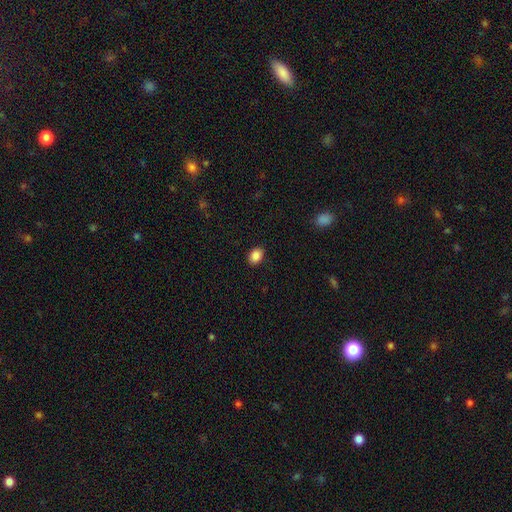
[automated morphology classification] This appears to be a smooth galaxy with no disk features (88%) that is in between round and cigar-shaped (67%). Merging: none (89%).